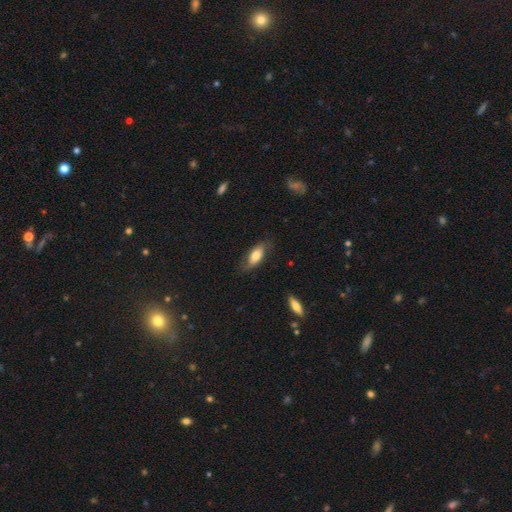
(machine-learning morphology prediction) This is likely a smooth galaxy (68%). How rounded: likely in between (80%). Merging: likely none (73%).